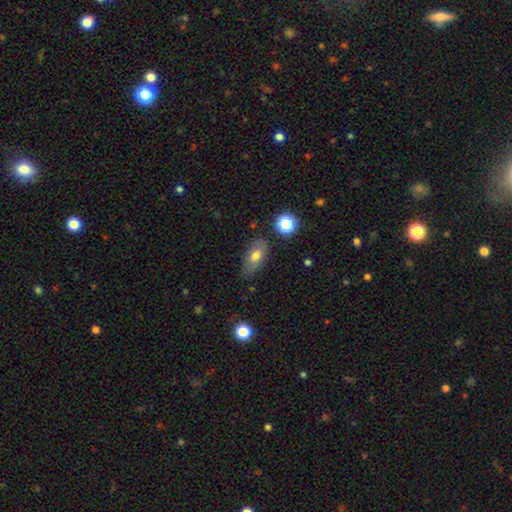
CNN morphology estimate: Overall: smooth (67%). How rounded: in between (86%). Merging: none (74%).